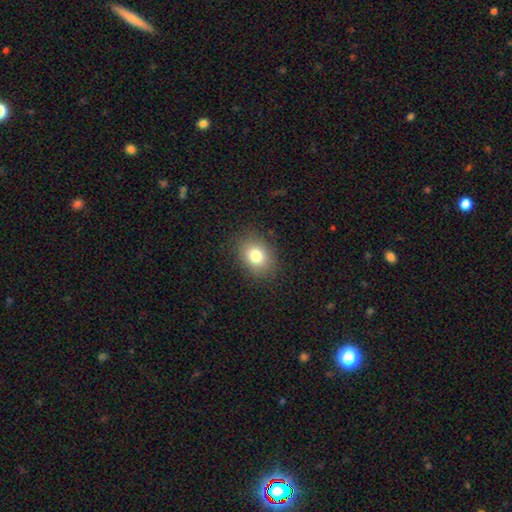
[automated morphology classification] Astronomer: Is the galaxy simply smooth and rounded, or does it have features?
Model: smooth — 80%.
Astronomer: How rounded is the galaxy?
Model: in between — 55% (runner-up: round, 44%).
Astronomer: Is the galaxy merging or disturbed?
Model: none — 87%.